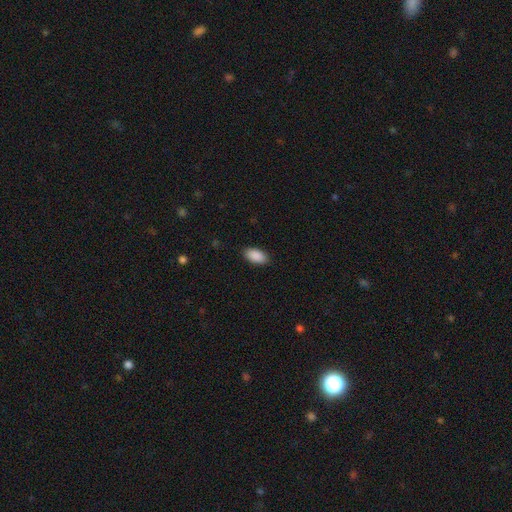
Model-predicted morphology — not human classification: Smooth or featured? smooth (91%)
How rounded? in between (95%)
Merging? none (89%)